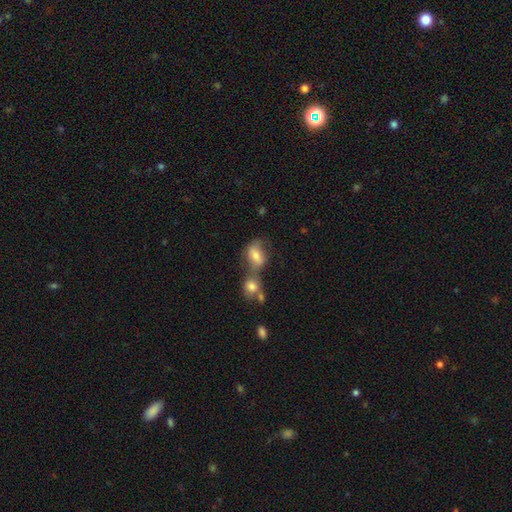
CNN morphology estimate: smooth-or-featured: smooth: 67% | featured or disk: 22% | star or artifact: 11%
  how-rounded: in between: 71% | round: 26% | cigar-shaped: 3%
  merging: merger: 47% | none: 31% | minor disturbance: 14% | major disturbance: 8%